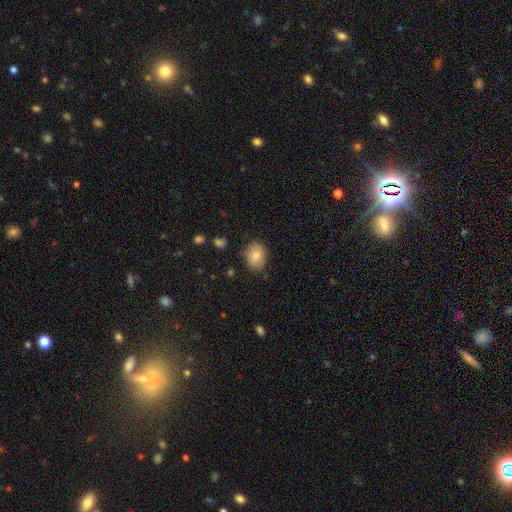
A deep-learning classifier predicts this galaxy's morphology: Smooth or featured? Predicted: smooth (p=0.81). How rounded? Predicted: in between (p=0.72). Merging? Predicted: none (p=0.80).